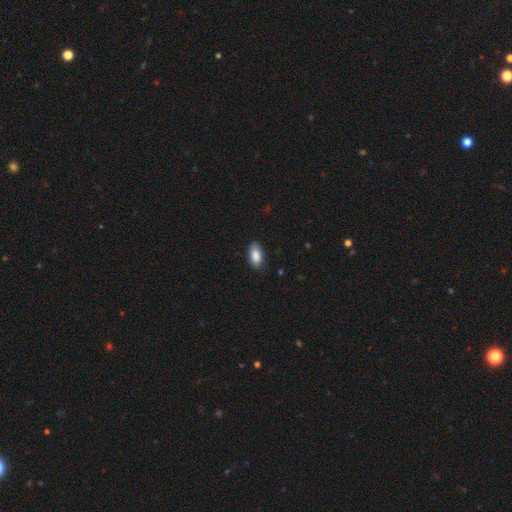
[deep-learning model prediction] Smooth or featured? smooth (87%)
How rounded? in between (92%)
Merging? none (82%)